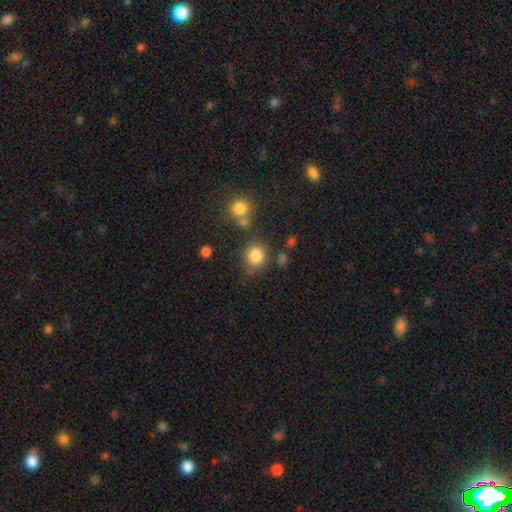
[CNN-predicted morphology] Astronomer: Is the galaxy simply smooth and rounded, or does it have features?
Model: smooth — 83%.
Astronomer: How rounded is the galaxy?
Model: round — 82%.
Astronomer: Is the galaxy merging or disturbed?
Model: none — 65%.